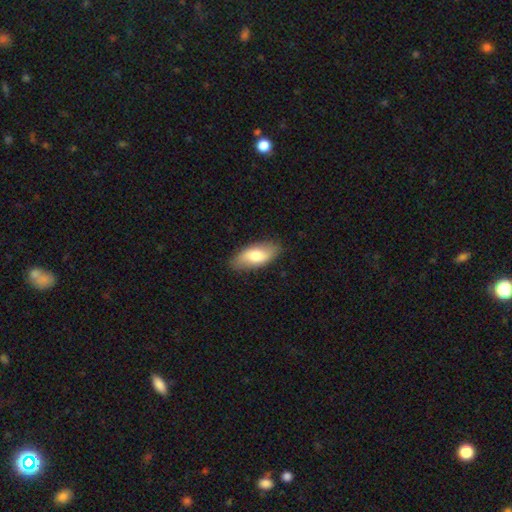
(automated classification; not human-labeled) Q: Smooth or featured?
A: smooth (69%); runner-up: featured or disk (25%)
Q: How rounded?
A: in between (88%); runner-up: cigar-shaped (10%)
Q: Merging?
A: none (84%); runner-up: minor disturbance (12%)